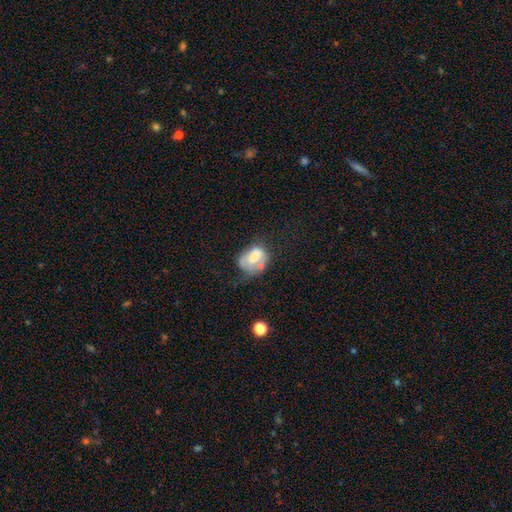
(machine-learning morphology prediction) Q: Smooth or featured?
A: smooth (60%); runner-up: featured or disk (30%)
Q: How rounded?
A: in between (69%); runner-up: round (30%)
Q: Merging?
A: minor disturbance (29%); runner-up: major disturbance (28%)